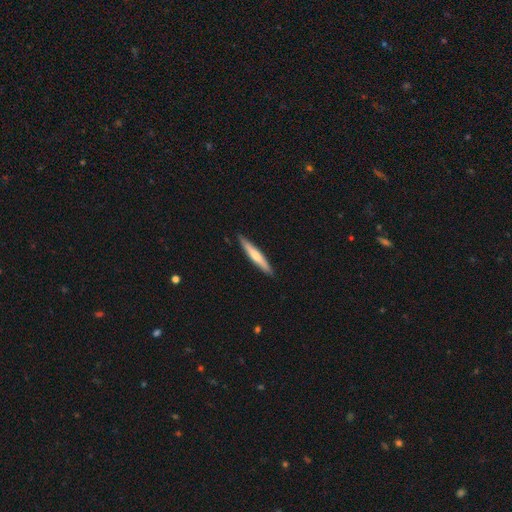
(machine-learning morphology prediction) Smooth or featured? Predicted: smooth (p=0.56). How rounded? Predicted: cigar-shaped (p=0.94). Merging? Predicted: none (p=0.90).